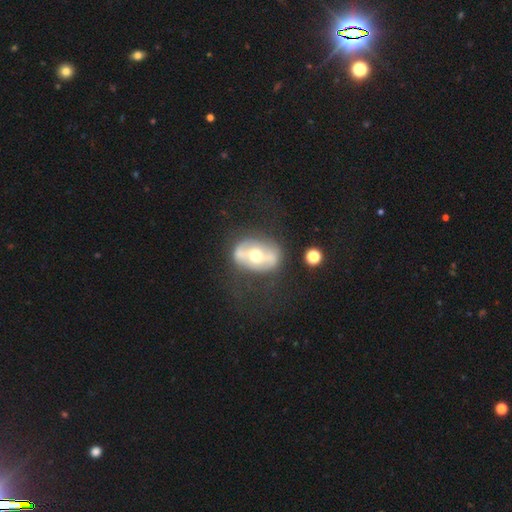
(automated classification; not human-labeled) Smooth or featured? Predicted: featured or disk (p=0.66). Edge-on disk? Predicted: no (p=0.92). Bar? Predicted: strong (p=0.42). Spiral arms? Predicted: no (p=0.65). Bulge size? Predicted: moderate (p=0.74). Merging? Predicted: none (p=0.63).